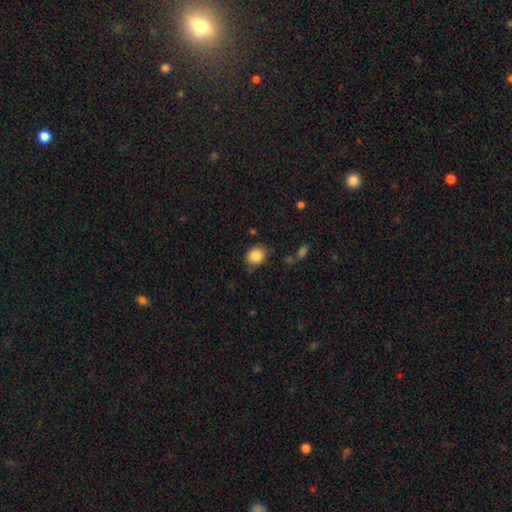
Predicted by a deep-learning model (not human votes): Smooth or featured? smooth (85%)
How rounded? round (60%)
Merging? none (73%)